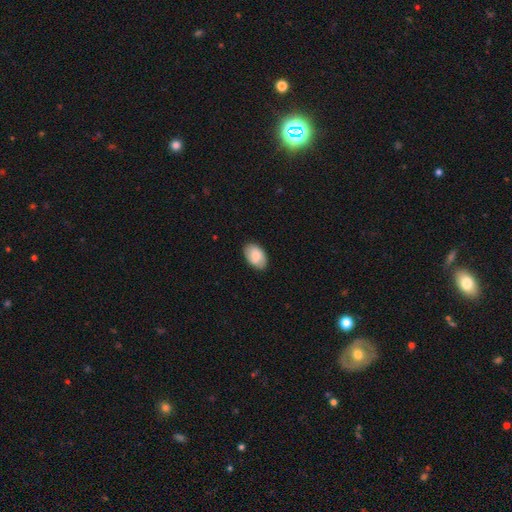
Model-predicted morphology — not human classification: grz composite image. It shows a smooth galaxy with no disk features (82%) that is in between round and cigar-shaped (91%). Merging: none (83%).